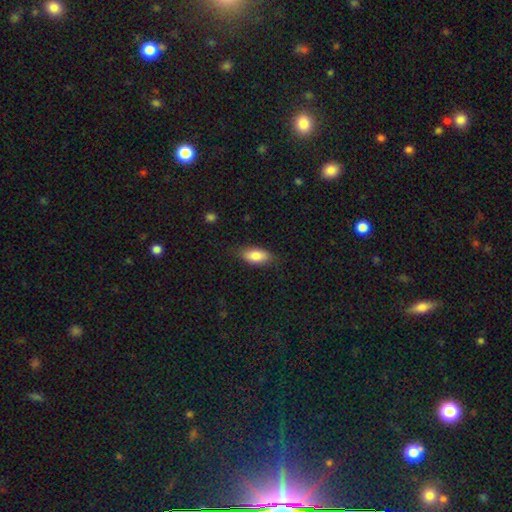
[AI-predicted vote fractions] Morphology: type=smooth (83%); roundness=in between (86%); merging=none (80%).